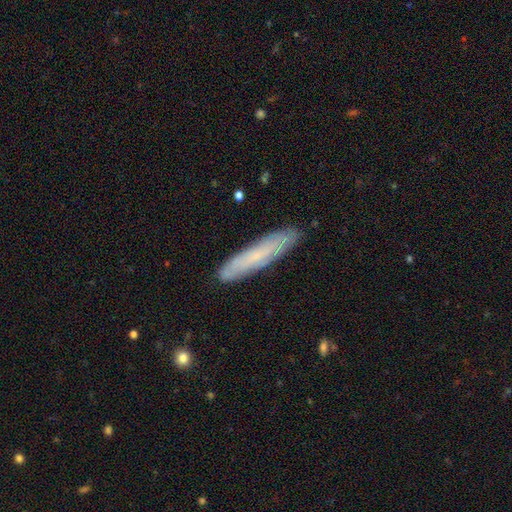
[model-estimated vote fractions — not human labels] smooth 54%, featured or disk 39%, star or artifact 8%. Down the decision tree: how rounded — cigar-shaped (89%); merging — none (87%).